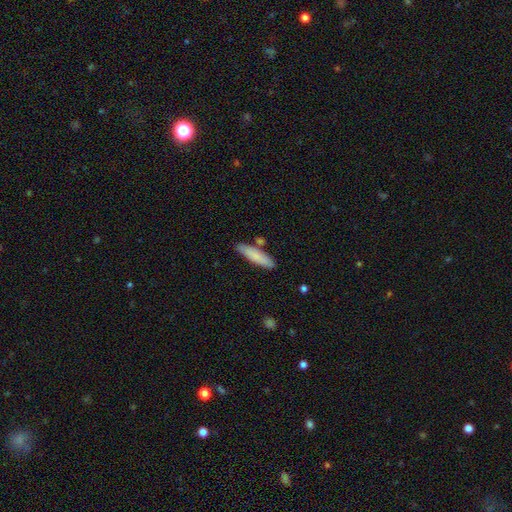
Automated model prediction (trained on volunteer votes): Smooth or featured? Predicted: smooth (p=0.82). How rounded? Predicted: cigar-shaped (p=0.75). Merging? Predicted: none (p=0.80).